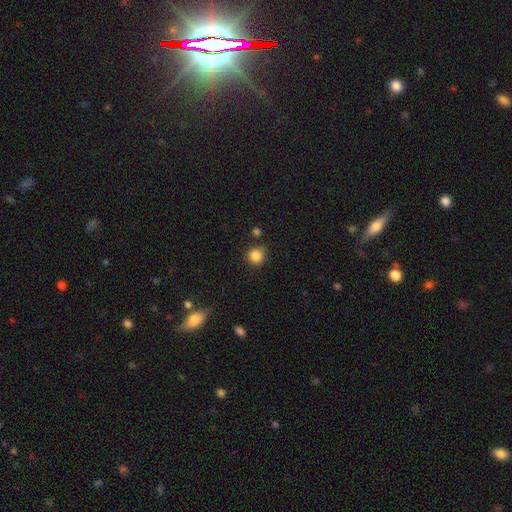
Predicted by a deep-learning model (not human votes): smooth-or-featured: smooth: 85% | star or artifact: 11% | featured or disk: 4%
  how-rounded: round: 92% | in between: 7% | cigar-shaped: 1%
  merging: none: 78% | minor disturbance: 14% | merger: 5% | major disturbance: 3%